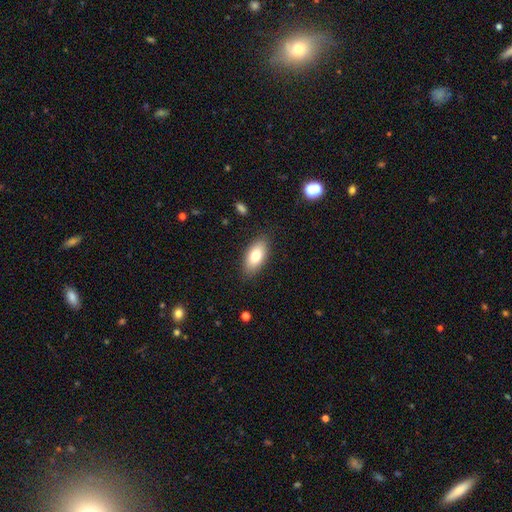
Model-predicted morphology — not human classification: A smooth galaxy with no disk features (78%) that is in between round and cigar-shaped (90%).

Vote fractions:
- Smooth or featured? smooth: 78% / featured or disk: 15% / star or artifact: 7%
- How rounded? in between: 90% / cigar-shaped: 7% / round: 3%
- Merging? none: 85% / minor disturbance: 11% / major disturbance: 3% / merger: 1%